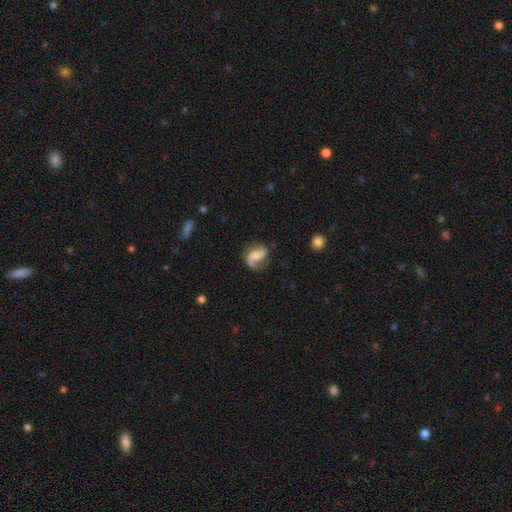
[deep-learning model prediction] featured or disk 75%, smooth 18%, star or artifact 7%. Down the decision tree: edge-on disk — no (97%); bar — no (41%); spiral arms — yes (94%); spiral arm count — 2 (69%); spiral winding — loose (49%); bulge size — moderate (41%); merging — none (63%).